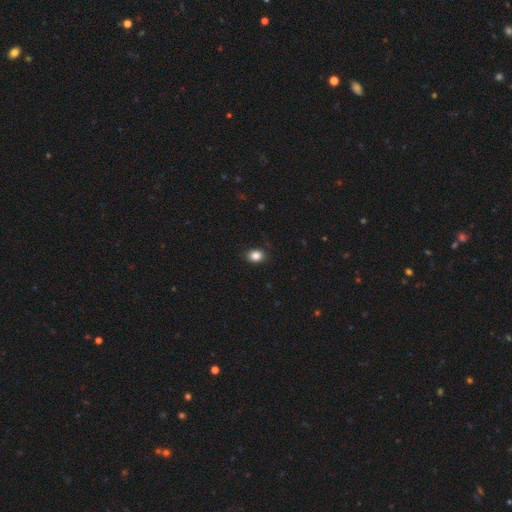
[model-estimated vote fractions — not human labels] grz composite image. It shows a smooth galaxy with no disk features (85%) that is in between round and cigar-shaped (53%). Merging: none (87%).